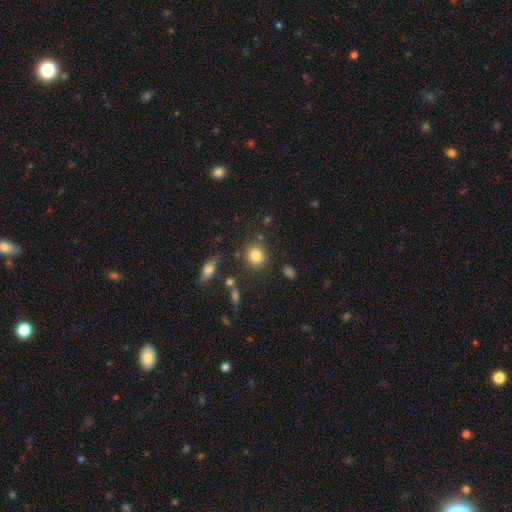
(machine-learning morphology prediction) Q: Smooth or featured?
A: smooth (82%); runner-up: star or artifact (11%)
Q: How rounded?
A: round (83%); runner-up: in between (16%)
Q: Merging?
A: none (79%); runner-up: minor disturbance (11%)